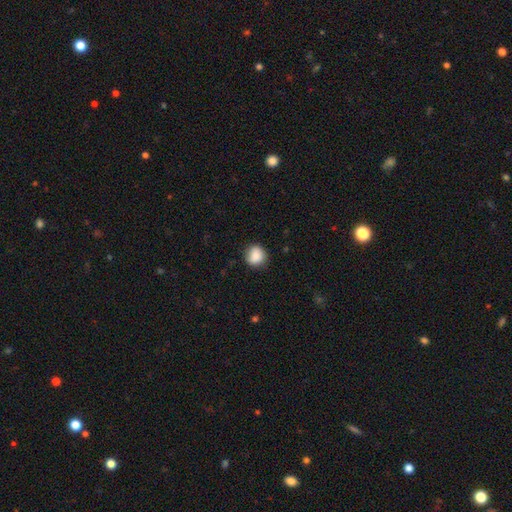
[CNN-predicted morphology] smooth-or-featured: smooth: 87% | star or artifact: 8% | featured or disk: 5%
  how-rounded: round: 84% | in between: 15% | cigar-shaped: 1%
  merging: none: 82% | minor disturbance: 13% | major disturbance: 3% | merger: 1%